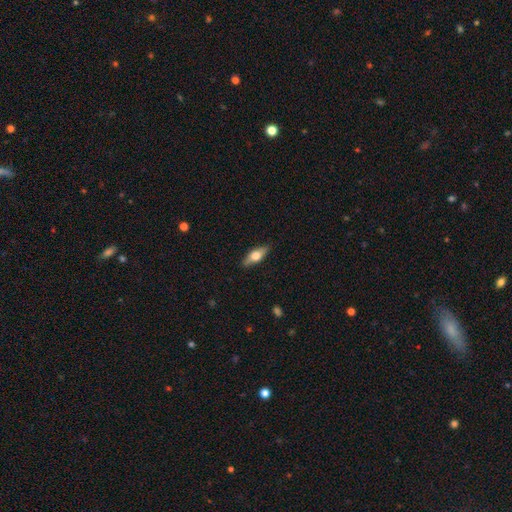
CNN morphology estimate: Q: Smooth or featured?
A: smooth (57%); runner-up: featured or disk (37%)
Q: How rounded?
A: in between (63%); runner-up: cigar-shaped (33%)
Q: Merging?
A: none (87%); runner-up: minor disturbance (10%)